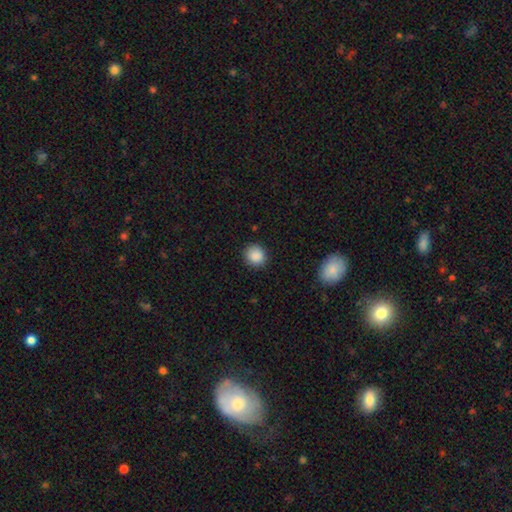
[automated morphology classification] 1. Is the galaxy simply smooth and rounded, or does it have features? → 88% smooth, 9% star or artifact, 3% featured or disk.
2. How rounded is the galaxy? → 87% round, 12% in between, 1% cigar-shaped.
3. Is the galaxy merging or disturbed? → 89% none, 8% minor disturbance, 2% major disturbance, 1% merger.